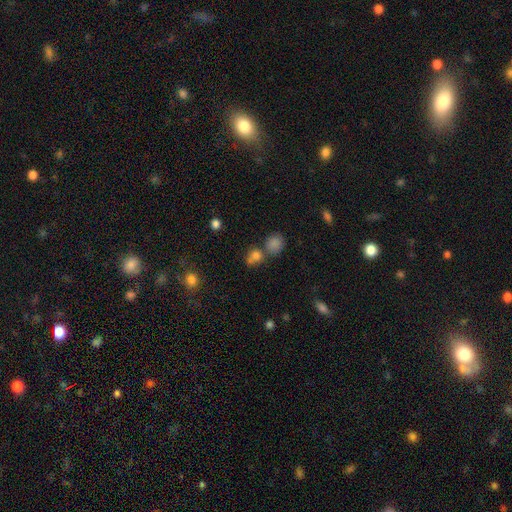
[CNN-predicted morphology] Smooth or featured?
  - smooth: 75% *
  - star or artifact: 17%
  - featured or disk: 8%
How rounded?
  - round: 74% *
  - in between: 25%
  - cigar-shaped: 1%
Merging?
  - none: 47% *
  - merger: 37%
  - minor disturbance: 10%
  - major disturbance: 5%